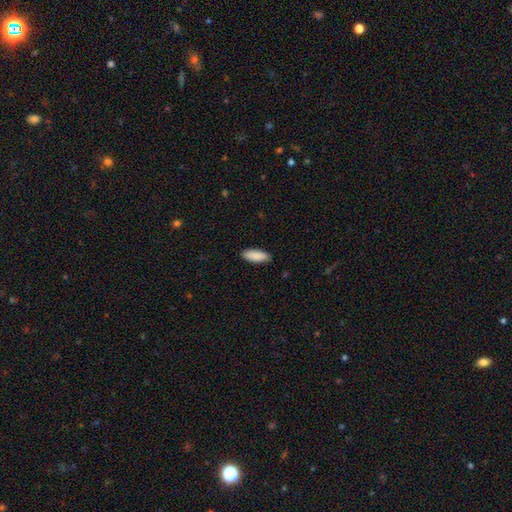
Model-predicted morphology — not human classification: This is clearly a smooth galaxy (89%). How rounded: likely in between (72%). Merging: clearly none (87%).